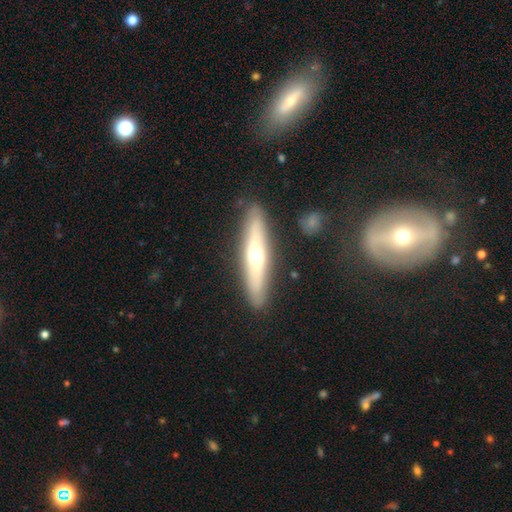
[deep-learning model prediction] Smooth or featured? featured or disk (57%)
Edge-on disk? yes (86%)
Merging? none (86%)